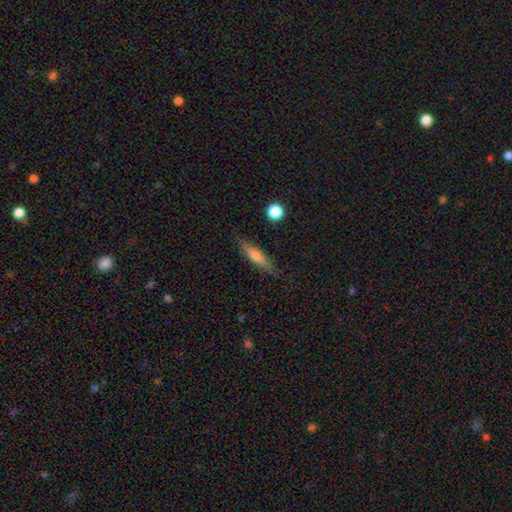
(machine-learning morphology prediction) Smooth or featured: smooth — 62% (featured or disk — 30%)
How rounded: cigar-shaped — 78% (in between — 20%)
Merging: none — 83% (minor disturbance — 12%)